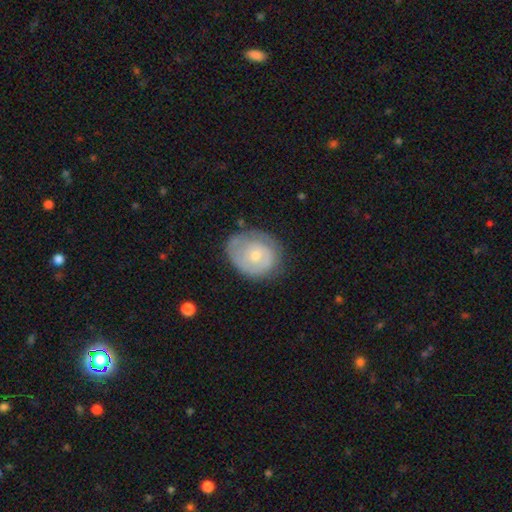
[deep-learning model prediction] This appears to be a featured or disk galaxy (51%). Merging: none (63%).